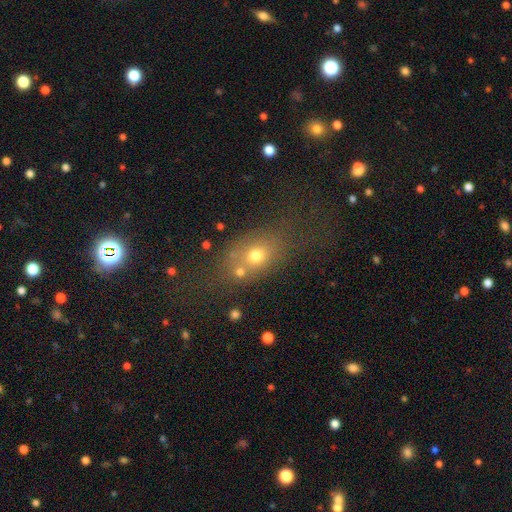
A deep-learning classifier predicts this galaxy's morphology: smooth 66%, featured or disk 17%, star or artifact 17%. Down the decision tree: how rounded — in between (59%); merging — none (58%).